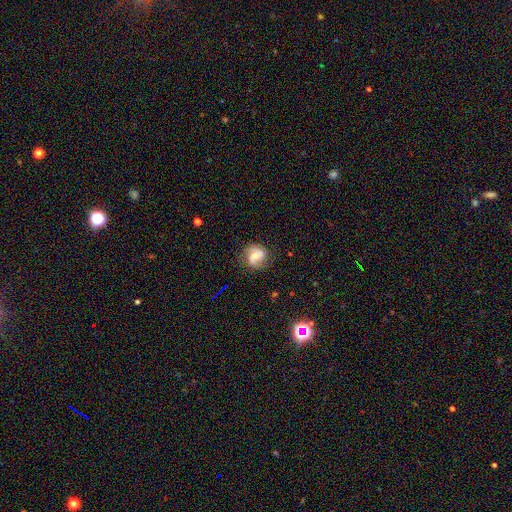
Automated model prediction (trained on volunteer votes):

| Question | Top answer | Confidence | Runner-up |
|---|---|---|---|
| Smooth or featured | featured or disk | 75% | smooth (17%) |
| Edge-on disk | no | 98% | yes (2%) |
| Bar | weak | 44% | no (42%) |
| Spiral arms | yes | 94% | no (6%) |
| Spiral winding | medium | 48% | loose (29%) |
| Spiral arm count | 2 | 89% | can't tell (5%) |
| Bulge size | moderate | 55% | small (37%) |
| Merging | none | 79% | minor disturbance (15%) |